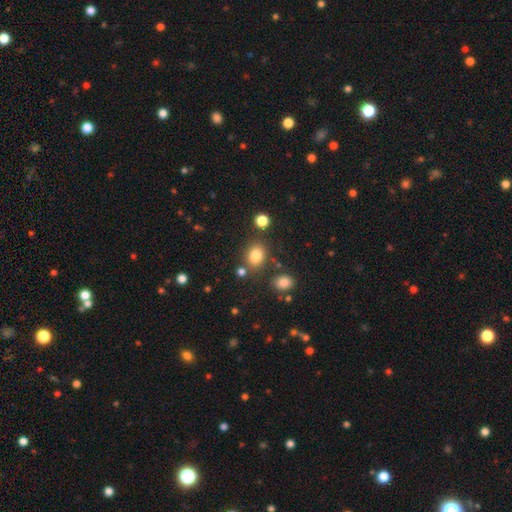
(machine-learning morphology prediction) Smooth or featured? Predicted: smooth (p=0.81). How rounded? Predicted: round (p=0.50). Merging? Predicted: none (p=0.76).